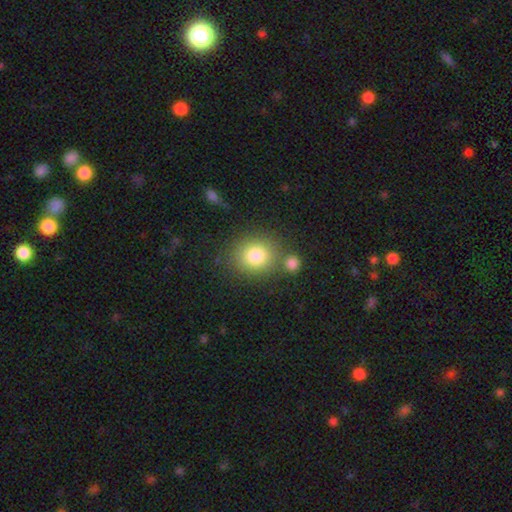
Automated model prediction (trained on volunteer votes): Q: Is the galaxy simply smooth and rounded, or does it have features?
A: smooth — 81%.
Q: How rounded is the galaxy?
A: round — 77%.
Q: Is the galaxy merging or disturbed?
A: none — 70%.